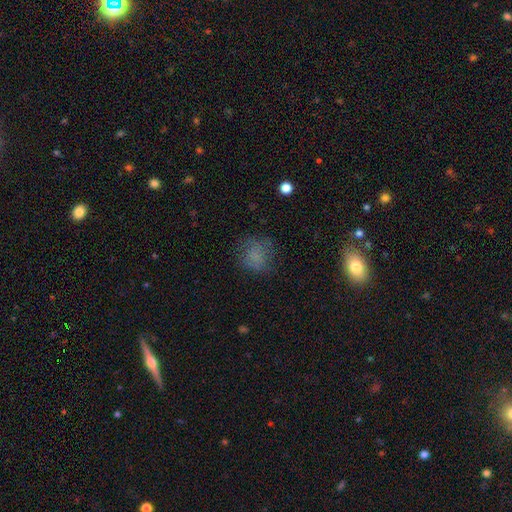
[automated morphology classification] smooth_or_featured: smooth (p=0.69) [alt: star or artifact p=0.16]
how_rounded: round (p=0.77) [alt: in between p=0.22]
merging: none (p=0.68) [alt: minor disturbance p=0.19]